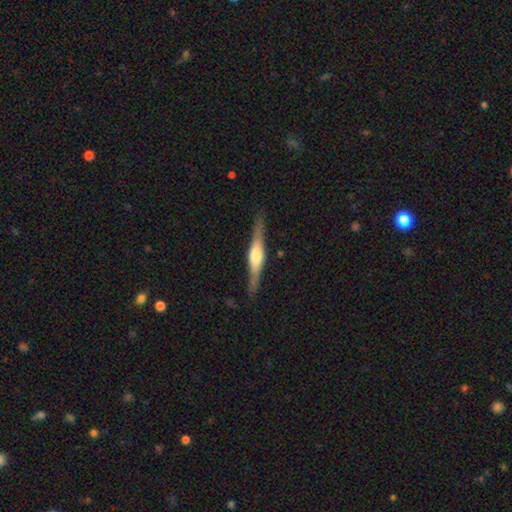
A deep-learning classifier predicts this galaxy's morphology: Smooth or featured? featured or disk (74%)
Edge-on disk? yes (97%)
Edge-on bulge? rounded (82%)
Merging? none (87%)